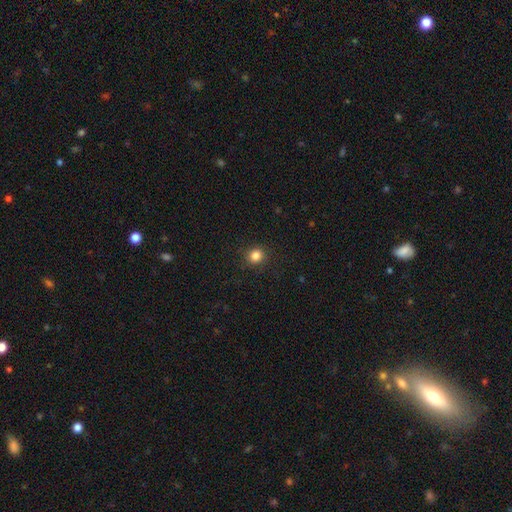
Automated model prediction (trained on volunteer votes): This appears to be a smooth galaxy with no disk features (84%) that is round (88%). Merging: none (90%).